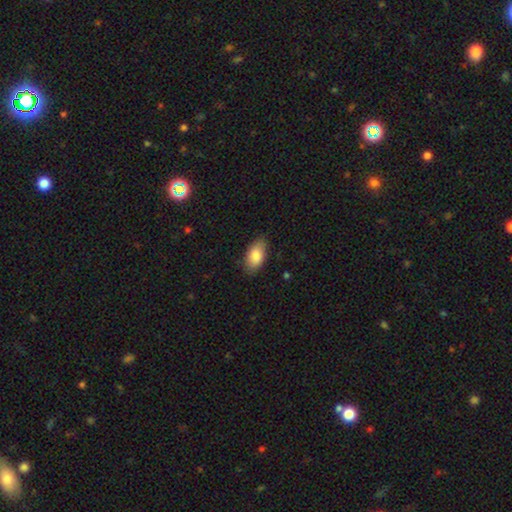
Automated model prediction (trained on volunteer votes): Q: Smooth or featured?
A: smooth (84%); runner-up: featured or disk (10%)
Q: How rounded?
A: in between (93%); runner-up: cigar-shaped (4%)
Q: Merging?
A: none (84%); runner-up: minor disturbance (13%)